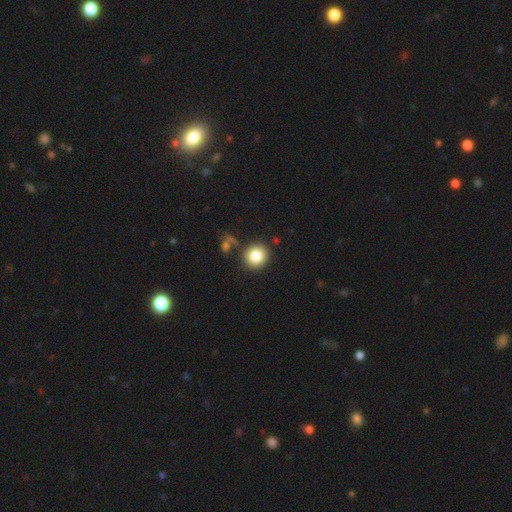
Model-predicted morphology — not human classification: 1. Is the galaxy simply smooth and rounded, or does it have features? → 84% smooth, 9% star or artifact, 7% featured or disk.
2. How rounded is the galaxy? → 88% round, 11% in between, 1% cigar-shaped.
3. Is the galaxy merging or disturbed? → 79% none, 10% minor disturbance, 7% merger, 4% major disturbance.